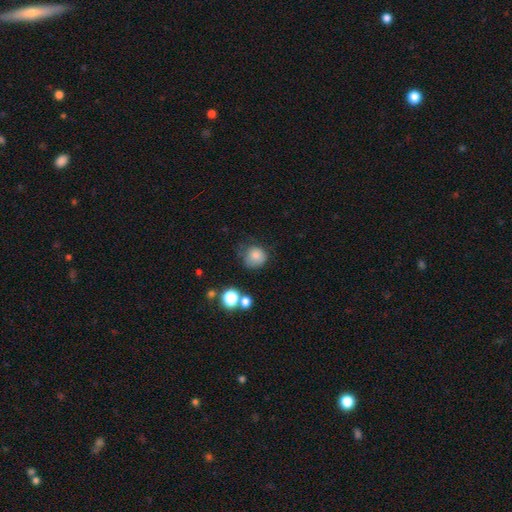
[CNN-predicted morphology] smooth_or_featured: smooth (p=0.80) [alt: star or artifact p=0.12]
how_rounded: round (p=0.84) [alt: in between p=0.15]
merging: none (p=0.56) [alt: minor disturbance p=0.28]